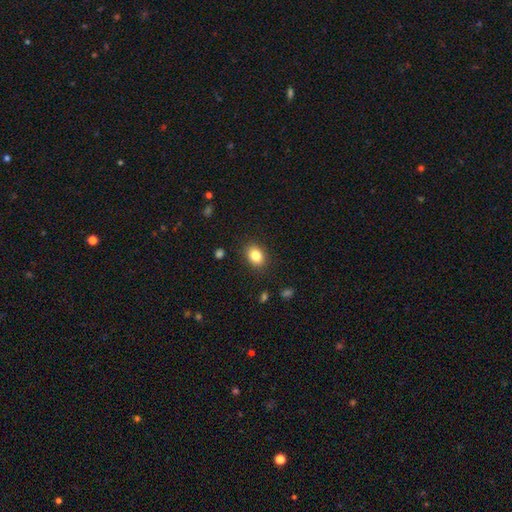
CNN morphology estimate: A smooth galaxy with no disk features (84%) that is in between round and cigar-shaped (67%). Merging: none (87%).